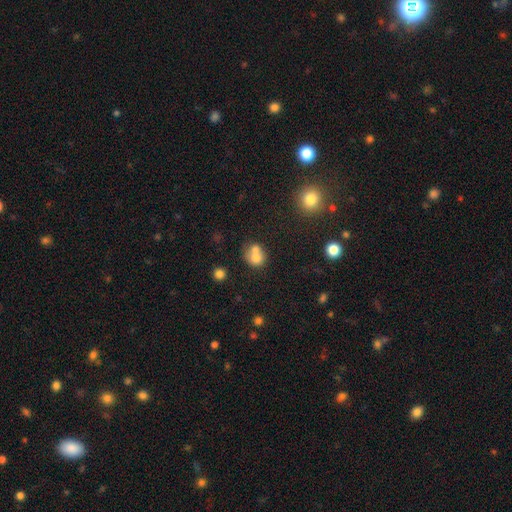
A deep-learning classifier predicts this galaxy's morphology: A smooth galaxy with no disk features (70%) that is round (72%).

Vote fractions:
- Smooth or featured? smooth: 70% / featured or disk: 18% / star or artifact: 11%
- How rounded? round: 72% / in between: 27% / cigar-shaped: 1%
- Merging? merger: 59% / none: 30% / minor disturbance: 8% / major disturbance: 3%